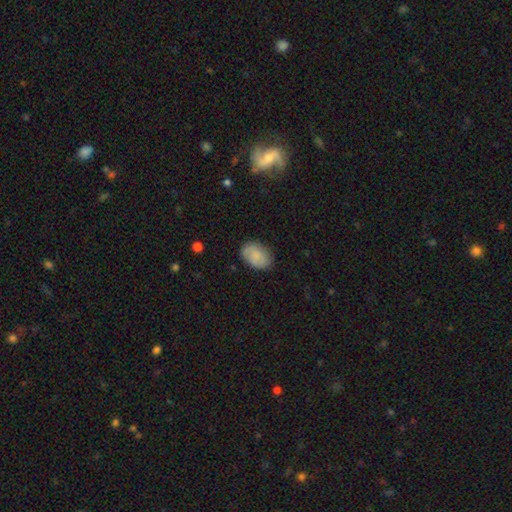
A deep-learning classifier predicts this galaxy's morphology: Q: Smooth or featured?
A: smooth (68%); runner-up: featured or disk (24%)
Q: How rounded?
A: in between (83%); runner-up: round (16%)
Q: Merging?
A: none (80%); runner-up: minor disturbance (15%)